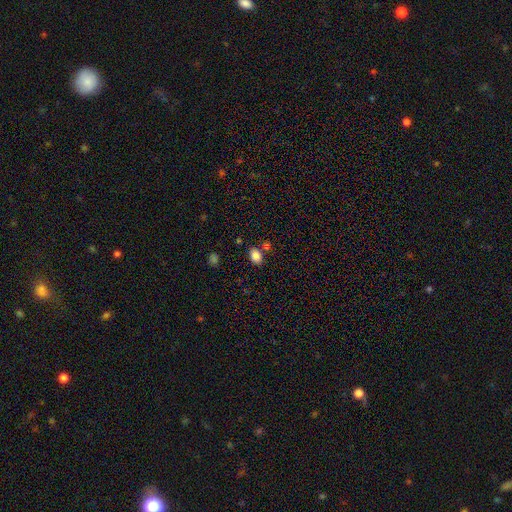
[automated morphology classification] smooth 85%, star or artifact 10%, featured or disk 6%. Down the decision tree: how rounded — in between (79%); merging — none (73%).